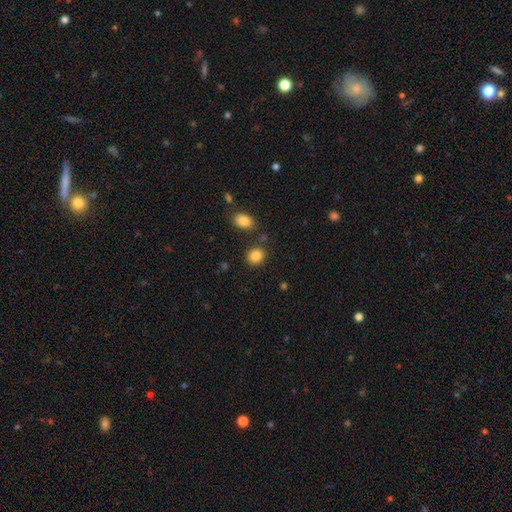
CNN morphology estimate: Smooth or featured? smooth (86%)
How rounded? round (74%)
Merging? none (81%)